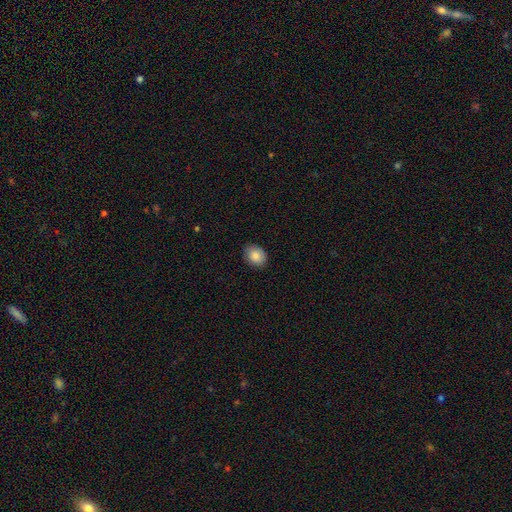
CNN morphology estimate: smooth 87%, star or artifact 8%, featured or disk 5%. Down the decision tree: how rounded — in between (55%); merging — none (87%).